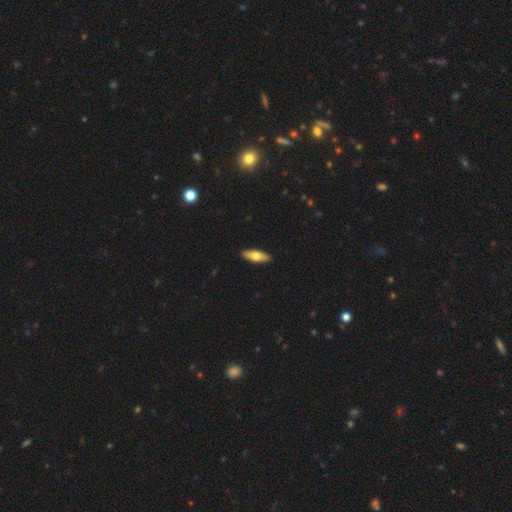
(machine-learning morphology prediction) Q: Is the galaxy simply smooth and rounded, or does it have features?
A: smooth — 66%.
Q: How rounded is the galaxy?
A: in between — 60%.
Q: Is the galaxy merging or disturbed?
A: none — 91%.